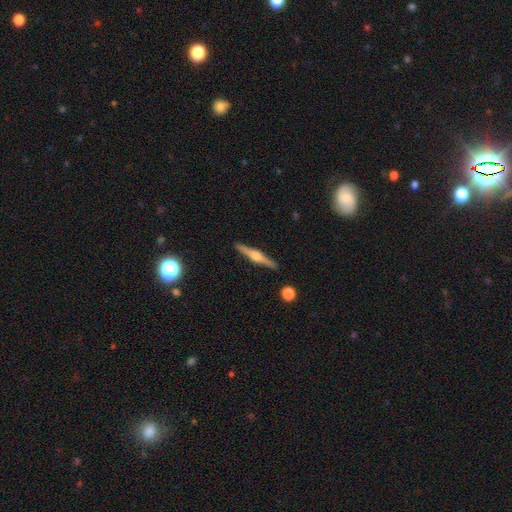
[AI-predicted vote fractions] smooth-or-featured: featured or disk: 76% | smooth: 19% | star or artifact: 6%
  disk-edge-on: yes: 98% | no: 2%
    edge-on-bulge: rounded: 87% | boxy: 10% | none: 3%
  merging: none: 91% | minor disturbance: 6% | merger: 1% | major disturbance: 1%